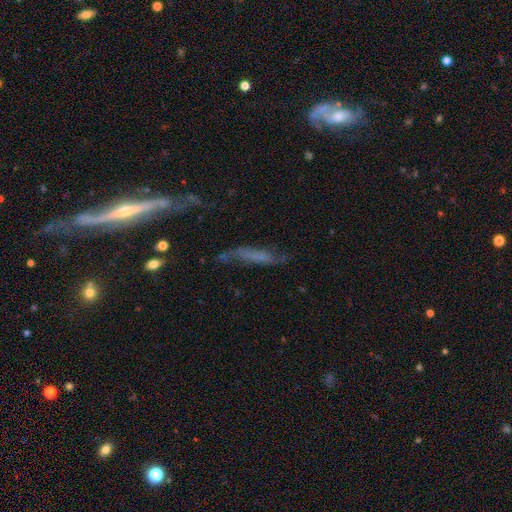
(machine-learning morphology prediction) This appears to be a featured or disk galaxy (48%). Merging: none (50%).